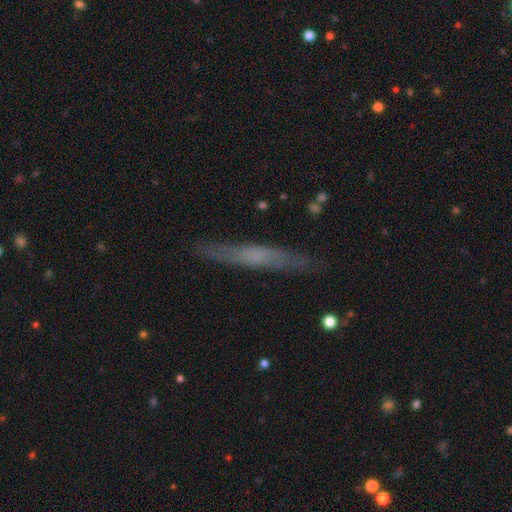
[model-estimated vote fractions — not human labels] Morphology: type=featured or disk (47%); merging=none (86%).